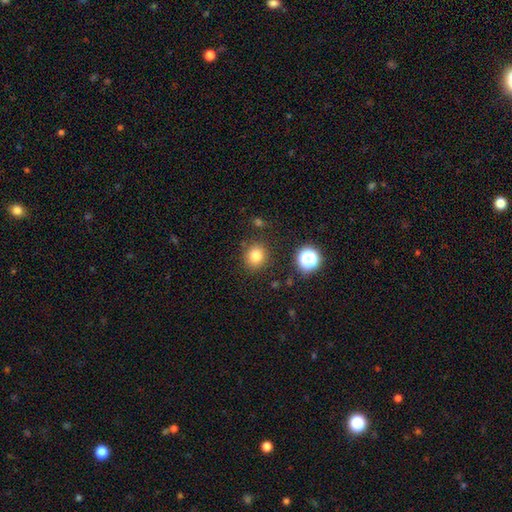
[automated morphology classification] A smooth galaxy with no disk features (80%) that is round (85%).

Vote fractions:
- Smooth or featured? smooth: 80% / star or artifact: 14% / featured or disk: 6%
- How rounded? round: 85% / in between: 14% / cigar-shaped: 1%
- Merging? none: 86% / minor disturbance: 8% / major disturbance: 3% / merger: 3%